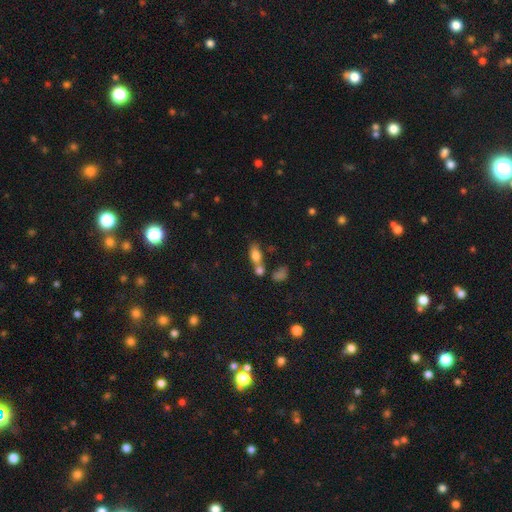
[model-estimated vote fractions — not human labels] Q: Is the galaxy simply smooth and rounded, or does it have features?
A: smooth — 74%.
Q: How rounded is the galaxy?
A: in between — 78%.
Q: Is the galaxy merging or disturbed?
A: merger — 44%.